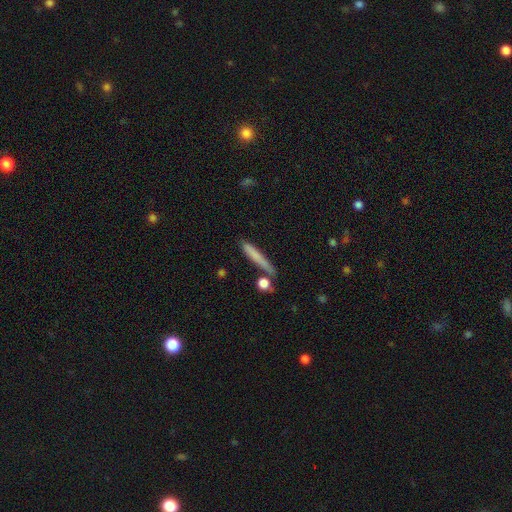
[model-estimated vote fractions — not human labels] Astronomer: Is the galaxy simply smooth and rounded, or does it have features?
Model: smooth — 70%.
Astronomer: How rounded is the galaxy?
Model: cigar-shaped — 92%.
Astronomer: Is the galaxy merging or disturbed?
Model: none — 74%.